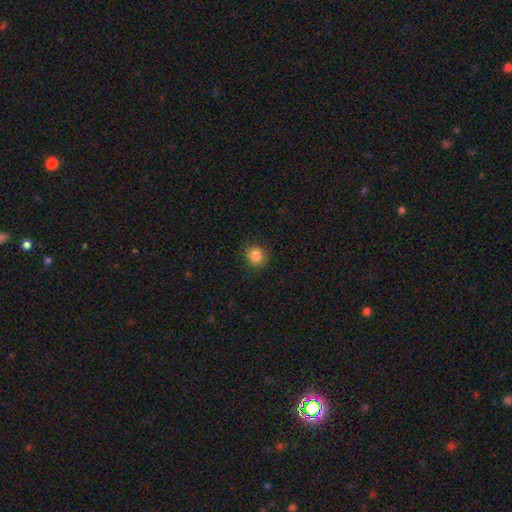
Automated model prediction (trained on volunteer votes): Q: Smooth or featured?
A: smooth (86%); runner-up: star or artifact (11%)
Q: How rounded?
A: round (85%); runner-up: in between (14%)
Q: Merging?
A: none (88%); runner-up: minor disturbance (9%)